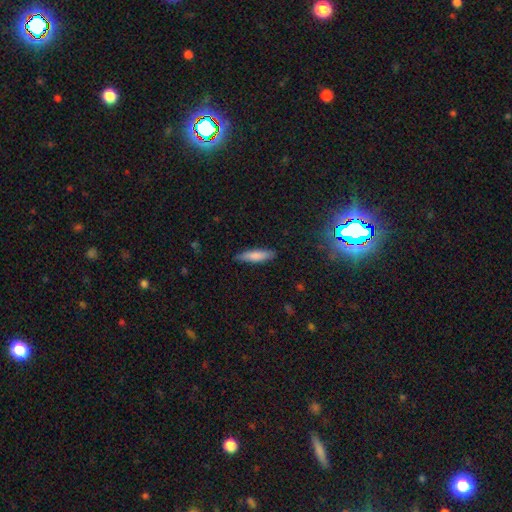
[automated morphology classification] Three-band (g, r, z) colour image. It shows a smooth galaxy with no disk features (79%) that is cigar-shaped (74%). Merging: none (86%).